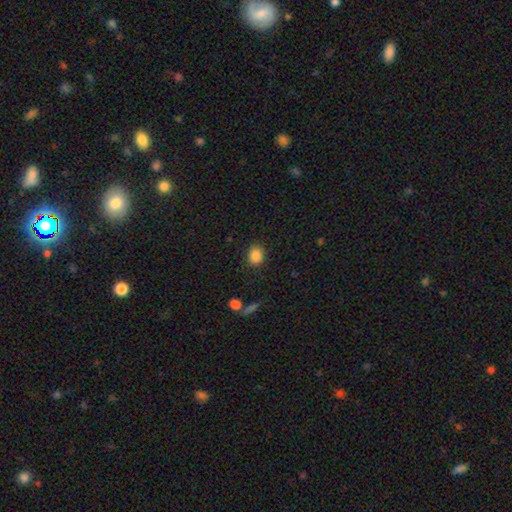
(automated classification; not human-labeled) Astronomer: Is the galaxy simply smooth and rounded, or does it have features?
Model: smooth — 86%.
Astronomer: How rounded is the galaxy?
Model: round — 55% (runner-up: in between, 44%).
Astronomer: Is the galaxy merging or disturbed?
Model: none — 86%.